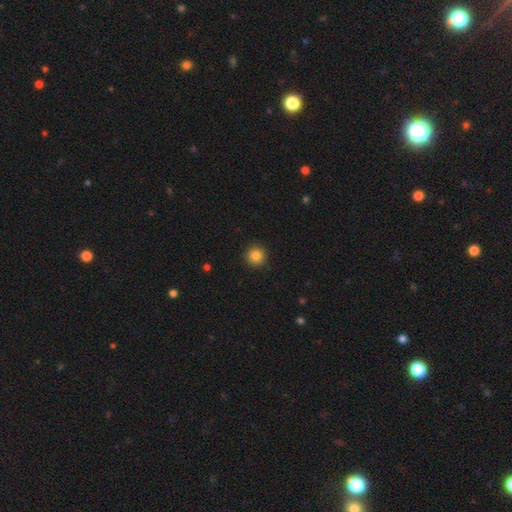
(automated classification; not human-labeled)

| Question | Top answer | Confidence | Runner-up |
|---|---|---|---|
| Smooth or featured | smooth | 84% | star or artifact (11%) |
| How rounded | round | 95% | in between (4%) |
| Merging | none | 92% | minor disturbance (5%) |